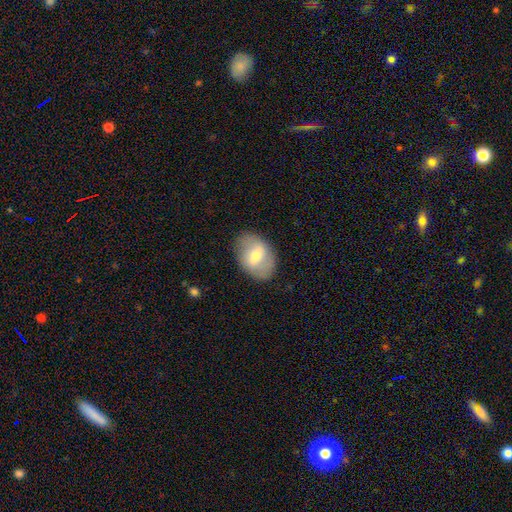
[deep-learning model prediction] The model was most divided on "smooth or featured": smooth: 55%, featured or disk: 39%, star or artifact: 7%. More confident: merging — none (83%); how rounded — in between (80%).